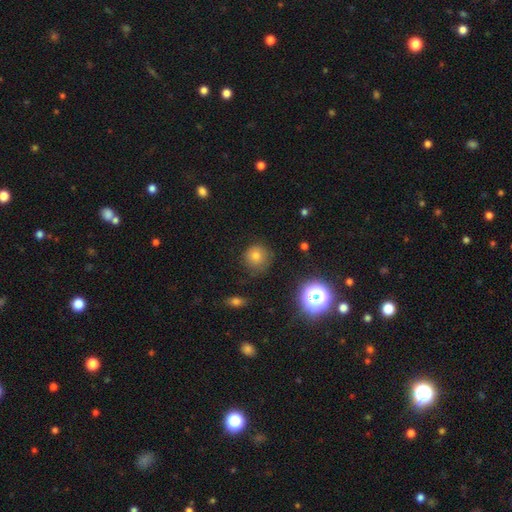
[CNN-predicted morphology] A smooth galaxy with no disk features (74%) that is round (92%).

Vote fractions:
- Smooth or featured? smooth: 74% / star or artifact: 17% / featured or disk: 9%
- How rounded? round: 92% / in between: 7% / cigar-shaped: 1%
- Merging? none: 79% / minor disturbance: 14% / major disturbance: 5% / merger: 2%